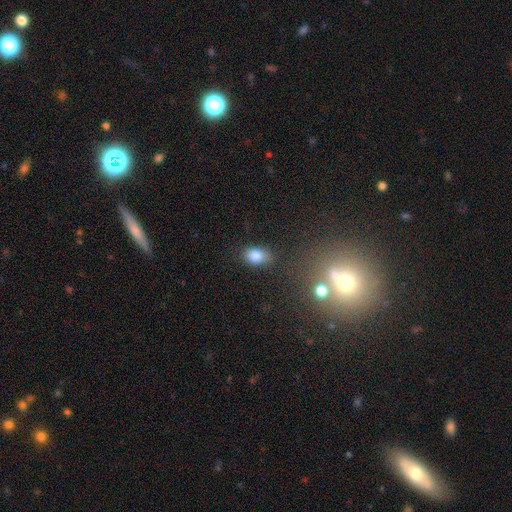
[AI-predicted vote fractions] A smooth galaxy with no disk features (83%) that is in between round and cigar-shaped (81%). Merging: none (78%).